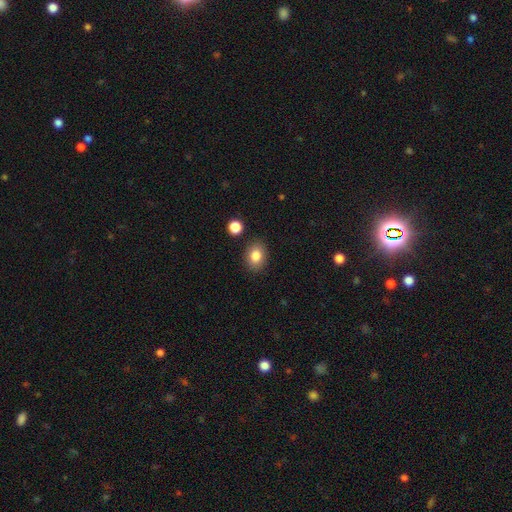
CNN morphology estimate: This is clearly a smooth galaxy (83%). How rounded: likely in between (63%). Merging: clearly none (86%).